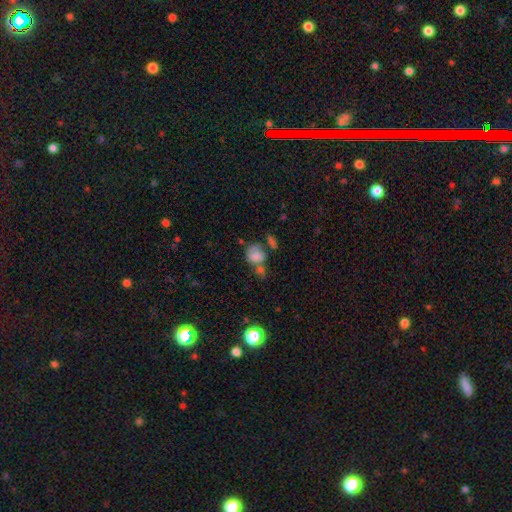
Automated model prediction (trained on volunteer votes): smooth-or-featured: smooth: 70% | featured or disk: 17% | star or artifact: 12%
  how-rounded: in between: 51% | round: 48% | cigar-shaped: 2%
  merging: merger: 34% | none: 31% | minor disturbance: 19% | major disturbance: 16%